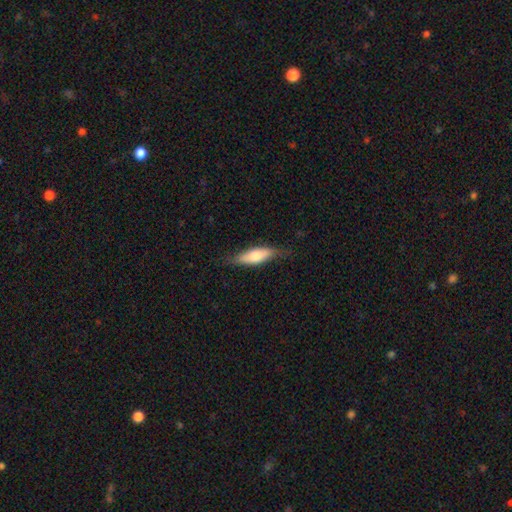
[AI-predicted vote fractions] Smooth or featured? Predicted: smooth (p=0.67). How rounded? Predicted: in between (p=0.51). Merging? Predicted: none (p=0.76).